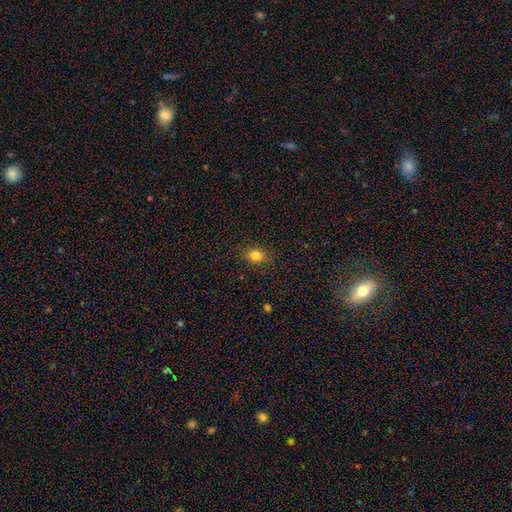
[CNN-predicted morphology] A smooth galaxy with no disk features (81%) that is in between round and cigar-shaped (54%).

Vote fractions:
- Smooth or featured? smooth: 81% / star or artifact: 12% / featured or disk: 7%
- How rounded? in between: 54% / round: 44% / cigar-shaped: 1%
- Merging? none: 86% / minor disturbance: 10% / major disturbance: 3% / merger: 1%